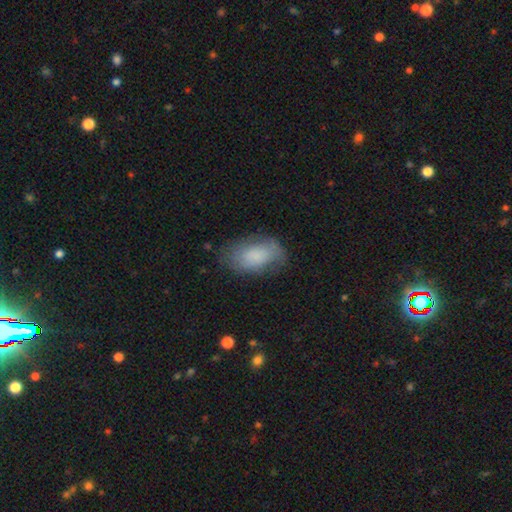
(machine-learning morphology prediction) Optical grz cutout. It shows a smooth galaxy with no disk features (75%) that is in between round and cigar-shaped (92%). Merging: none (61%).